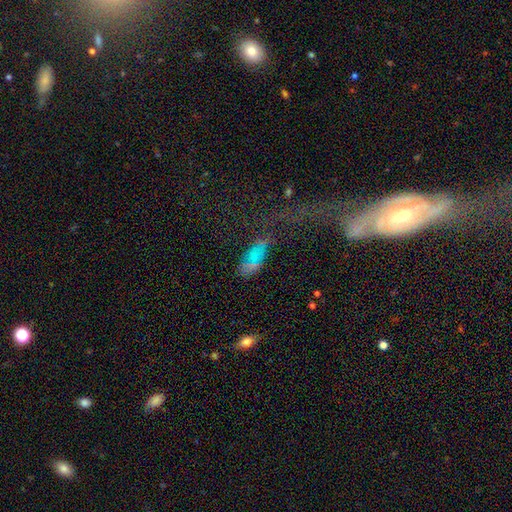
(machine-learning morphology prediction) The model was most divided on "merging": none: 41%, major disturbance: 23%, minor disturbance: 23%, merger: 13%. More confident: how rounded — in between (74%); smooth or featured — smooth (52%).